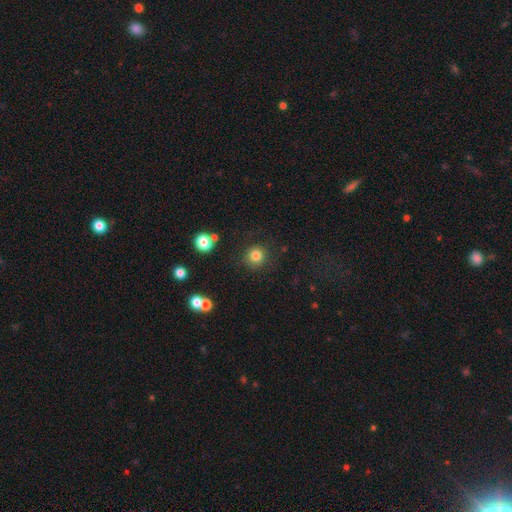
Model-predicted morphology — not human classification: Smooth or featured: smooth — 82% (star or artifact — 12%)
How rounded: round — 93% (in between — 6%)
Merging: none — 85% (minor disturbance — 8%)